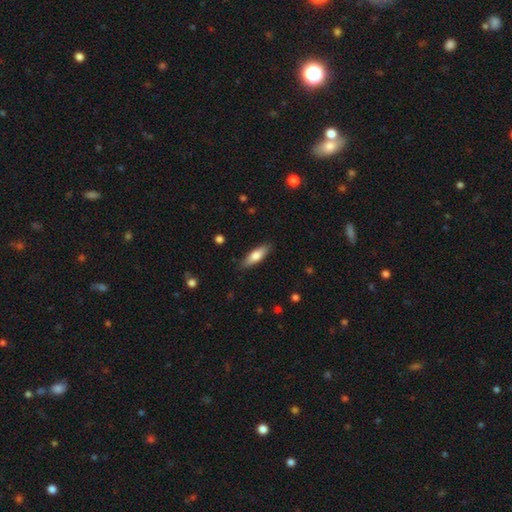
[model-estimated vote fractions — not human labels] Smooth or featured? smooth (72%)
How rounded? in between (53%)
Merging? none (87%)